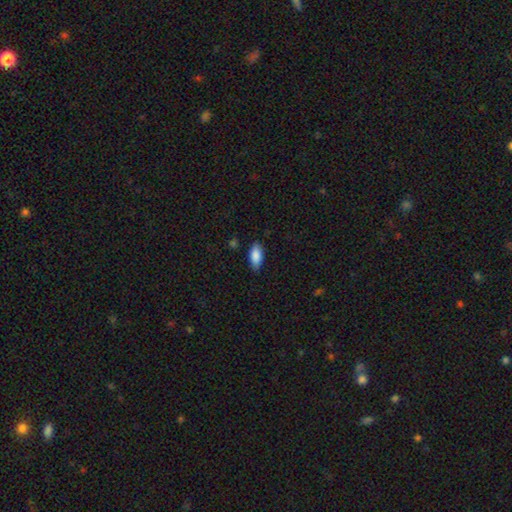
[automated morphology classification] This is clearly a smooth galaxy (86%). How rounded: clearly in between (88%). Merging: clearly none (83%).